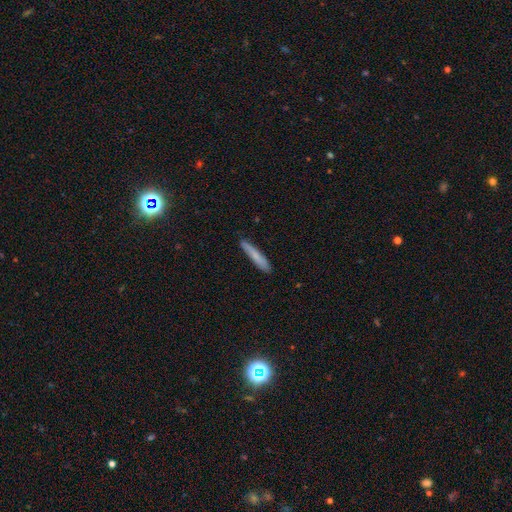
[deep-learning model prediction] smooth_or_featured: smooth (p=0.75) [alt: featured or disk p=0.19]
how_rounded: cigar-shaped (p=0.94) [alt: in between p=0.05]
merging: none (p=0.85) [alt: minor disturbance p=0.12]